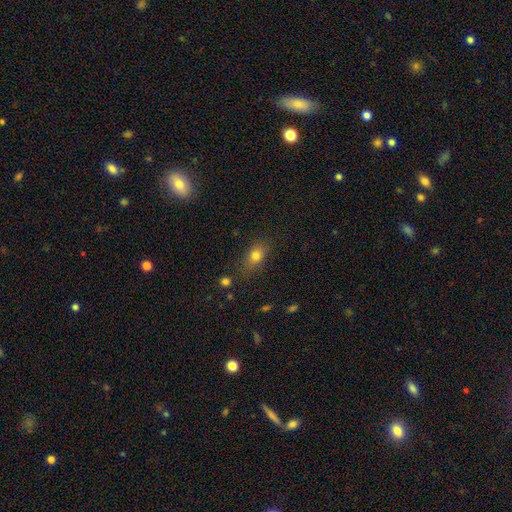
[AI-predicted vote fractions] Smooth or featured?
  - smooth: 77% *
  - star or artifact: 12%
  - featured or disk: 11%
How rounded?
  - in between: 70% *
  - round: 26%
  - cigar-shaped: 4%
Merging?
  - none: 76% *
  - minor disturbance: 16%
  - major disturbance: 5%
  - merger: 2%